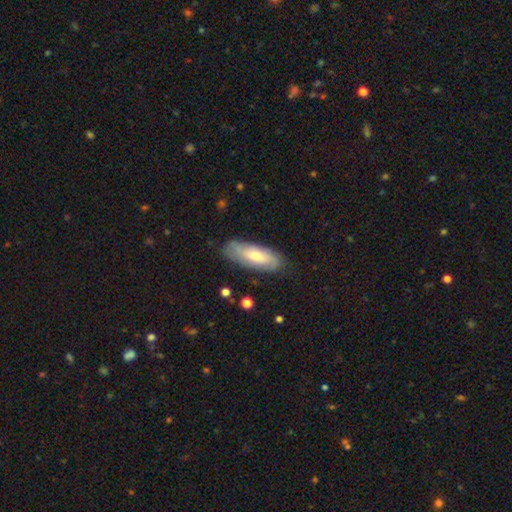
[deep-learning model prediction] smooth 55%, featured or disk 39%, star or artifact 6%. Down the decision tree: how rounded — in between (69%); merging — none (78%).